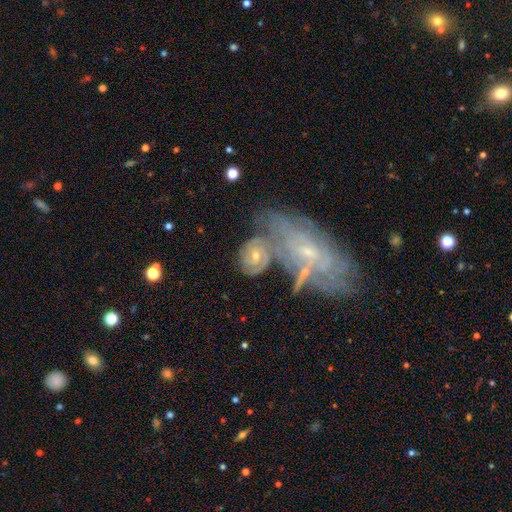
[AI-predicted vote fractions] smooth_or_featured: featured or disk (p=0.75) [alt: smooth p=0.18]
disk_edge_on: no (p=0.95) [alt: yes p=0.05]
bar: no (p=0.61) [alt: weak p=0.31]
has_spiral_arms: yes (p=0.89) [alt: no p=0.11]
spiral_winding: tight (p=0.69) [alt: medium p=0.25]
spiral_arm_count: can't tell (p=0.47) [alt: 2 p=0.21]
bulge_size: small (p=0.56) [alt: moderate p=0.38]
merging: merger (p=0.40) [alt: none p=0.38]